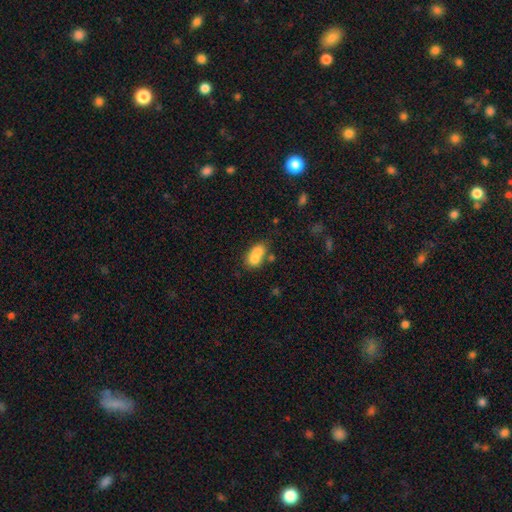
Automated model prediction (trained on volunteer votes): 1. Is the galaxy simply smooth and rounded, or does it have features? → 73% smooth, 18% featured or disk, 9% star or artifact.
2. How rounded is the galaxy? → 72% in between, 26% round, 3% cigar-shaped.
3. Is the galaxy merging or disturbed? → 54% merger, 28% none, 12% minor disturbance, 6% major disturbance.